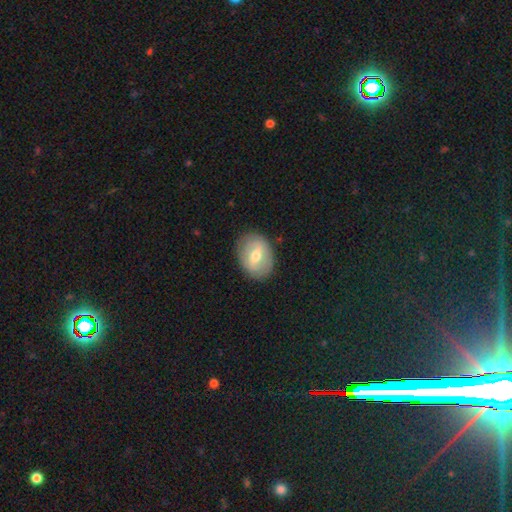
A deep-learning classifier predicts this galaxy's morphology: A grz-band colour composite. It shows a featured or disk galaxy (47%). Merging: none (84%).